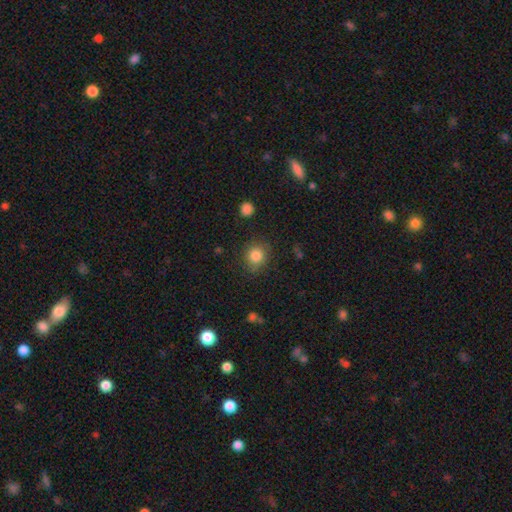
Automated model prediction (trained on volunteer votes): Smooth or featured? Predicted: smooth (p=0.84). How rounded? Predicted: round (p=0.84). Merging? Predicted: none (p=0.83).